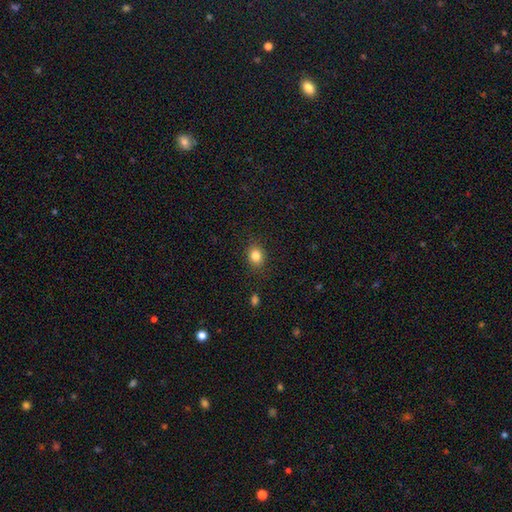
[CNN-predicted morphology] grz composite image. It shows a smooth galaxy with no disk features (83%) that is round (57%). Merging: none (87%).